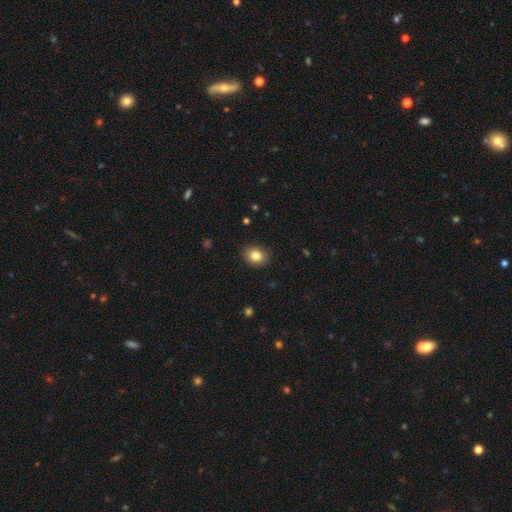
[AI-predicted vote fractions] Smooth or featured? Predicted: smooth (p=0.83). How rounded? Predicted: round (p=0.56). Merging? Predicted: none (p=0.89).